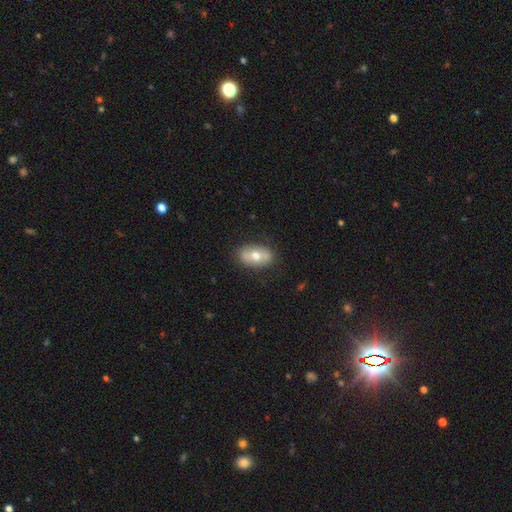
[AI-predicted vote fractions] Smooth or featured? smooth (58%)
How rounded? in between (88%)
Merging? none (85%)